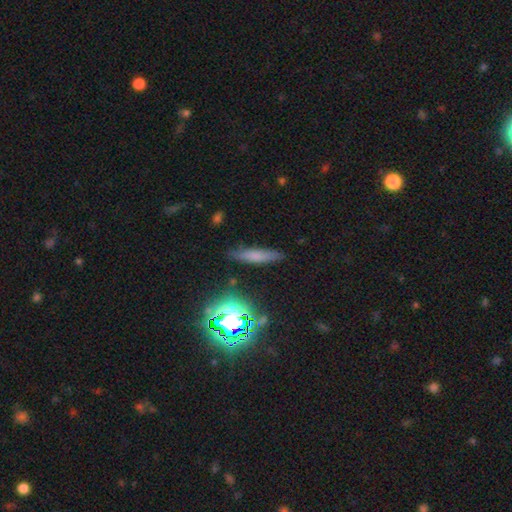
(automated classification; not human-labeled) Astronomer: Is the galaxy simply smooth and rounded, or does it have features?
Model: smooth — 61%.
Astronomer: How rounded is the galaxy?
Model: cigar-shaped — 79%.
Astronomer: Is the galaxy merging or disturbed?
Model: none — 83%.